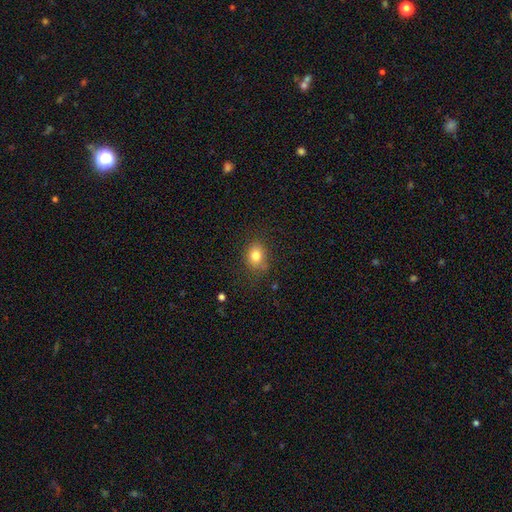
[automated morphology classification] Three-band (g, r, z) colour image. It shows a smooth galaxy with no disk features (81%) that is in between round and cigar-shaped (50%). Merging: none (77%).